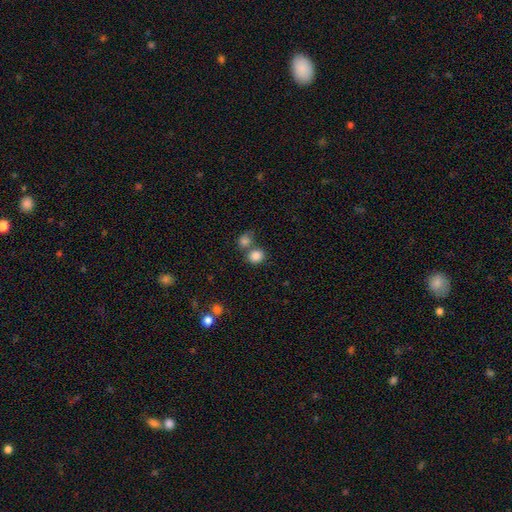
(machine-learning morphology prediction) smooth_or_featured: smooth (p=0.85) [alt: star or artifact p=0.10]
how_rounded: round (p=0.69) [alt: in between p=0.31]
merging: none (p=0.52) [alt: merger p=0.35]